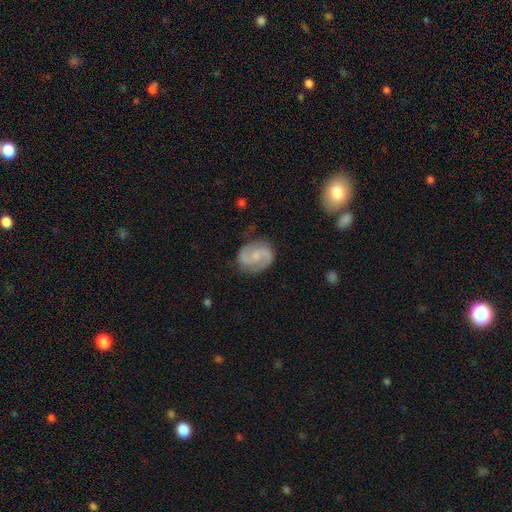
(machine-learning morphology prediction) featured or disk 82%, smooth 13%, star or artifact 5%. Down the decision tree: edge-on disk — no (98%); bar — no (49%); spiral arms — yes (96%); spiral arm count — 2 (92%); spiral winding — medium (54%); bulge size — small (56%); merging — none (82%).